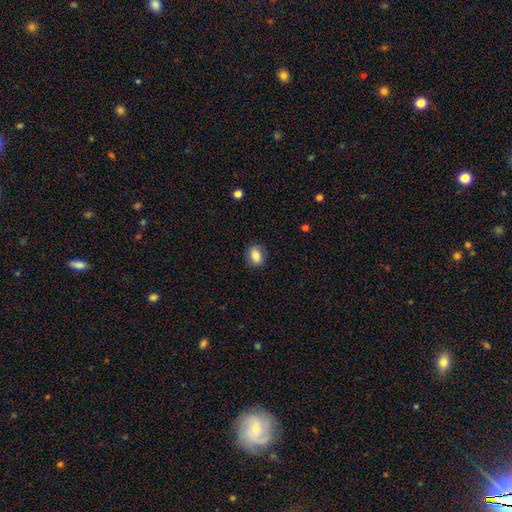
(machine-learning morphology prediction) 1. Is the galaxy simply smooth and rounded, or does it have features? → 82% smooth, 10% featured or disk, 8% star or artifact.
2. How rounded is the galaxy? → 60% in between, 39% round, 1% cigar-shaped.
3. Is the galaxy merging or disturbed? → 85% none, 11% minor disturbance, 3% major disturbance, 1% merger.